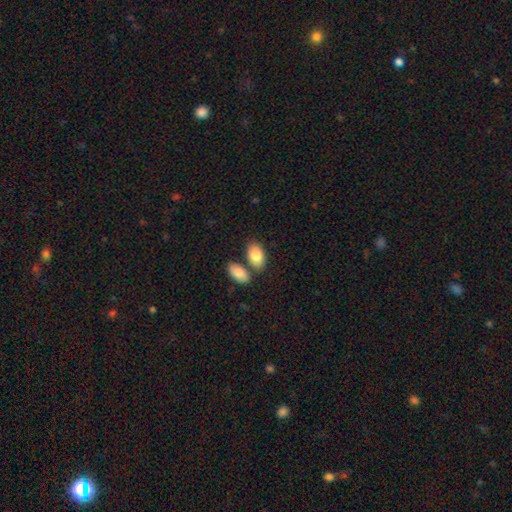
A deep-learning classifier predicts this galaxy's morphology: This is clearly a smooth galaxy (85%). How rounded: clearly in between (93%). Merging: likely none (62%).